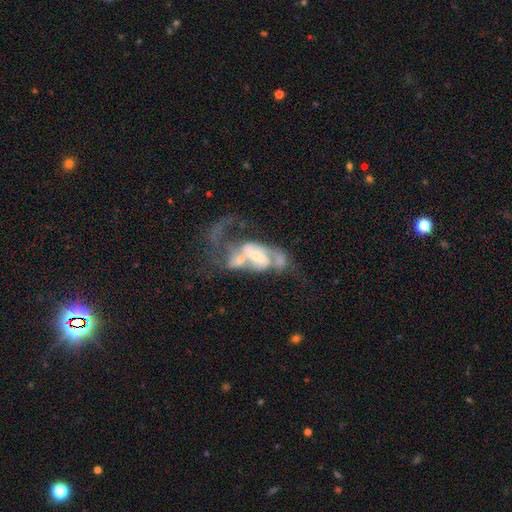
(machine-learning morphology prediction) featured or disk 79%, smooth 14%, star or artifact 7%. Down the decision tree: edge-on disk — no (95%); bar — weak (39%); spiral arms — yes (82%); spiral arm count — 2 (72%); spiral winding — loose (52%); bulge size — small (49%); merging — merger (47%).